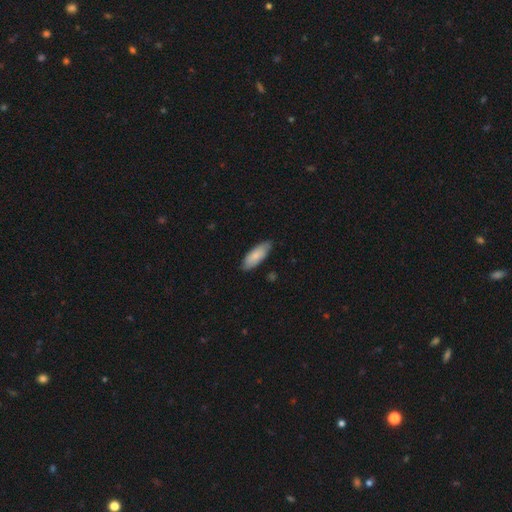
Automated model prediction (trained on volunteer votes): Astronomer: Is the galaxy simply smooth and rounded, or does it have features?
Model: smooth — 82%.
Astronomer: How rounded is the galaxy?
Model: in between — 71%.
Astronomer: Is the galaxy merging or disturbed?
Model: none — 80%.